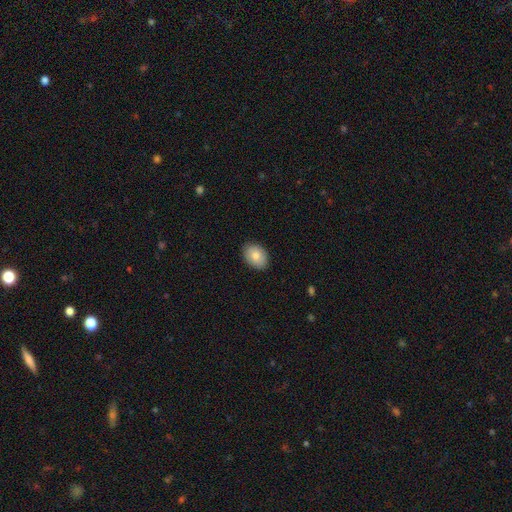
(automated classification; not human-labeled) This is clearly a smooth galaxy (83%). How rounded: likely in between (78%). Merging: clearly none (88%).